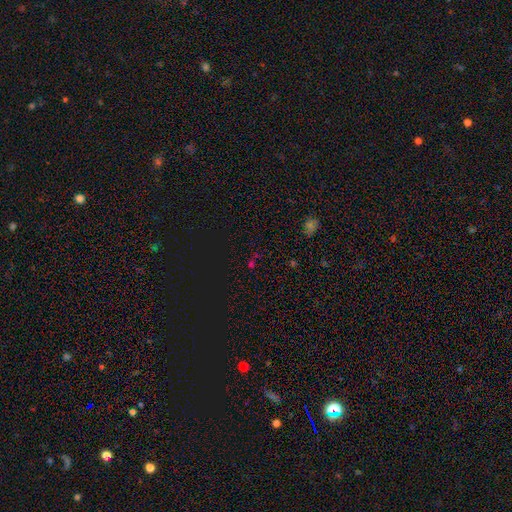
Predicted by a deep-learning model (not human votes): smooth-or-featured: star or artifact: 62% | smooth: 31% | featured or disk: 8%